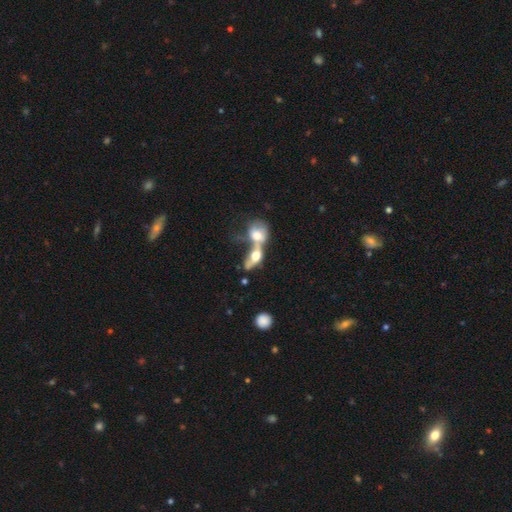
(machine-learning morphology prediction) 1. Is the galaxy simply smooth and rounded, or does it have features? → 48% smooth, 43% featured or disk, 9% star or artifact.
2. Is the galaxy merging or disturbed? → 80% merger, 9% none, 7% major disturbance, 4% minor disturbance.